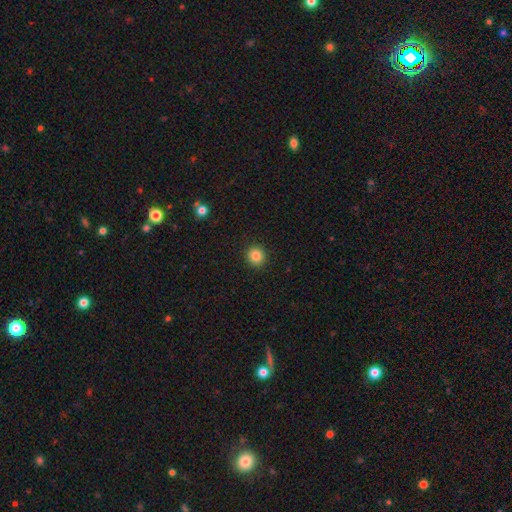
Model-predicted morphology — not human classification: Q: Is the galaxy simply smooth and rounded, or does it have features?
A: smooth — 84%.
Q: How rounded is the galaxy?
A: round — 93%.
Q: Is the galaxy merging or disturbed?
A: none — 92%.